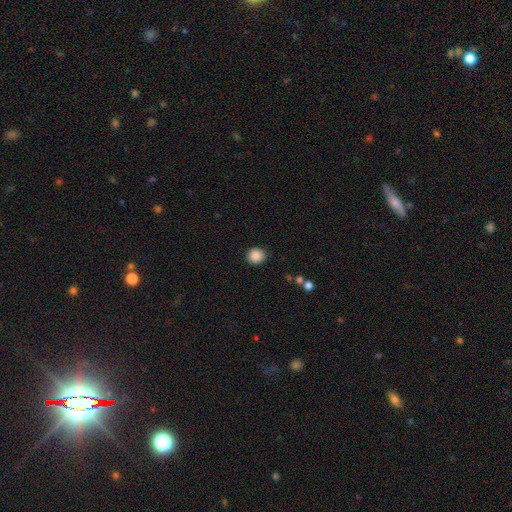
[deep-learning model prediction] smooth 88%, star or artifact 9%, featured or disk 3%. Down the decision tree: how rounded — round (90%); merging — none (90%).